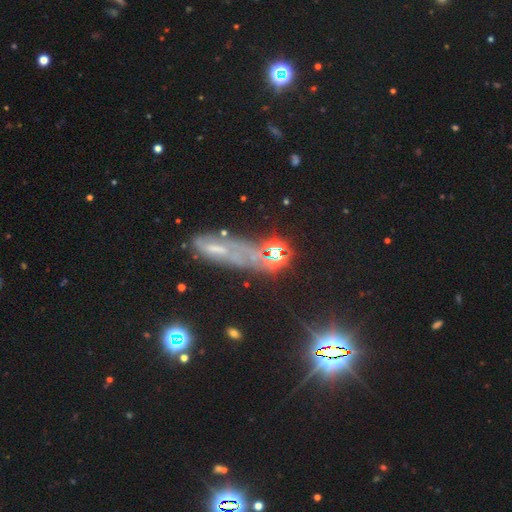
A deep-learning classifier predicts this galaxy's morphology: A featured or disk galaxy (36%, tied with star or artifact). Merging: none (39%).